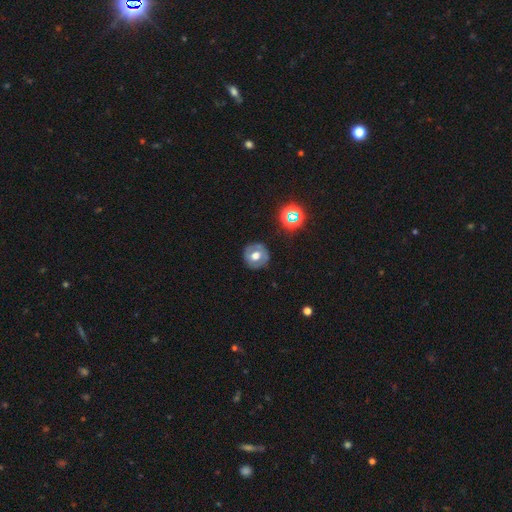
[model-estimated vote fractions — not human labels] The model was most divided on "smooth or featured": smooth: 45%, featured or disk: 44%, star or artifact: 12%. More confident: merging — none (82%).